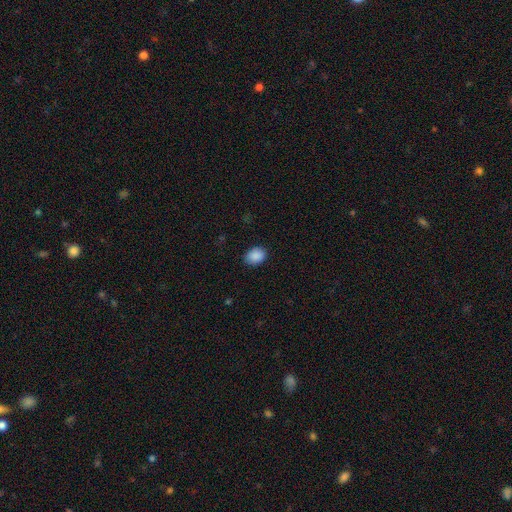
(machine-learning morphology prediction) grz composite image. It shows a smooth galaxy with no disk features (89%) that is in between round and cigar-shaped (64%). Merging: none (84%).